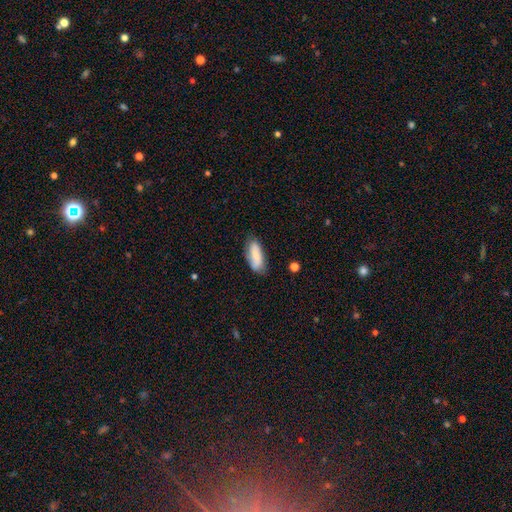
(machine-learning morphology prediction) Q: Smooth or featured?
A: smooth (78%); runner-up: featured or disk (16%)
Q: How rounded?
A: in between (77%); runner-up: cigar-shaped (21%)
Q: Merging?
A: none (72%); runner-up: minor disturbance (21%)